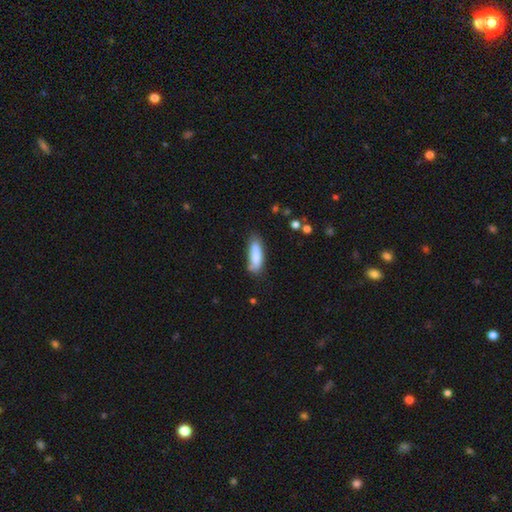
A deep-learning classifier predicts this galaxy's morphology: The model was most divided on "how rounded": cigar-shaped: 51%, in between: 48%, round: 2%. More confident: smooth or featured — smooth (84%); merging — none (67%).